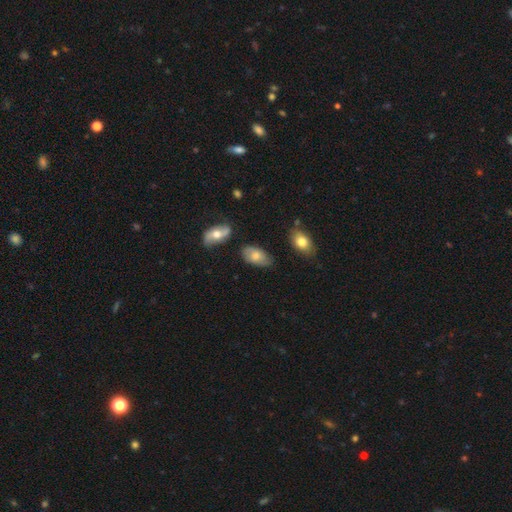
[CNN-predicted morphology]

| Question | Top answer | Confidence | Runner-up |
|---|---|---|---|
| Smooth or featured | smooth | 64% | featured or disk (27%) |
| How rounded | in between | 93% | round (5%) |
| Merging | none | 68% | minor disturbance (23%) |